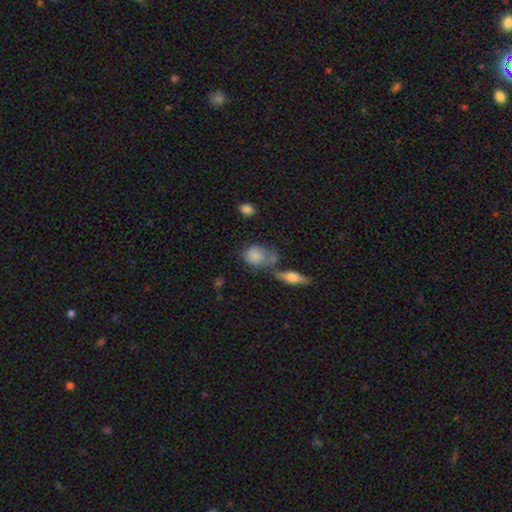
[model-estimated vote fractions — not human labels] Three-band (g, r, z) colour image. It shows a smooth galaxy with no disk features (80%) that is in between round and cigar-shaped (57%). Merging: none (43%).